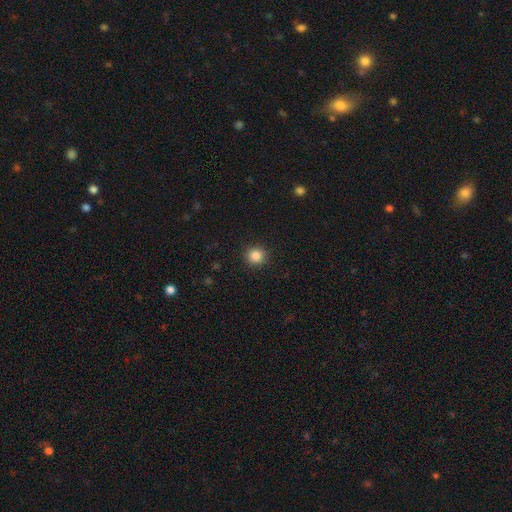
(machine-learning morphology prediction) type=smooth (85%); roundness=round (93%); merging=none (92%).